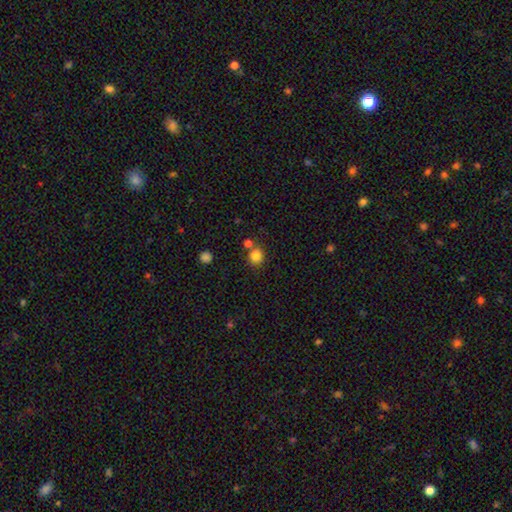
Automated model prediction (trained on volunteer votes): smooth_or_featured: smooth (p=0.83) [alt: star or artifact p=0.12]
how_rounded: round (p=0.87) [alt: in between p=0.12]
merging: none (p=0.70) [alt: merger p=0.19]